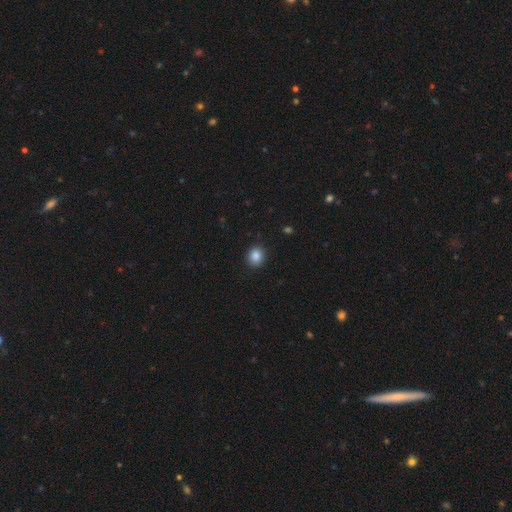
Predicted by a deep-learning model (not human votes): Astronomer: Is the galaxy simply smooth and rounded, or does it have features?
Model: smooth — 86%.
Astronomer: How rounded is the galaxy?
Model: round — 78%.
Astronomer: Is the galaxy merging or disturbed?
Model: none — 90%.